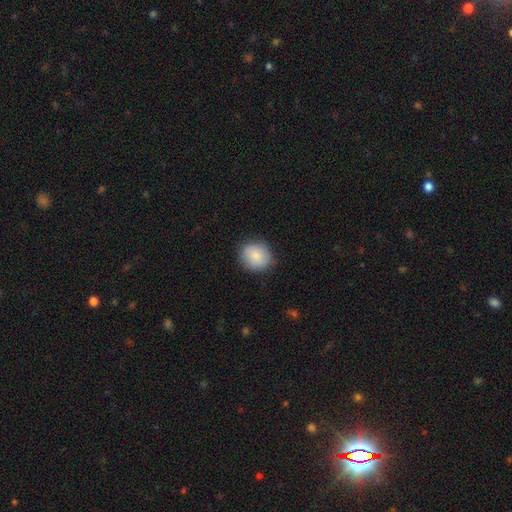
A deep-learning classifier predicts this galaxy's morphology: type=smooth (85%); roundness=round (84%); merging=none (84%).